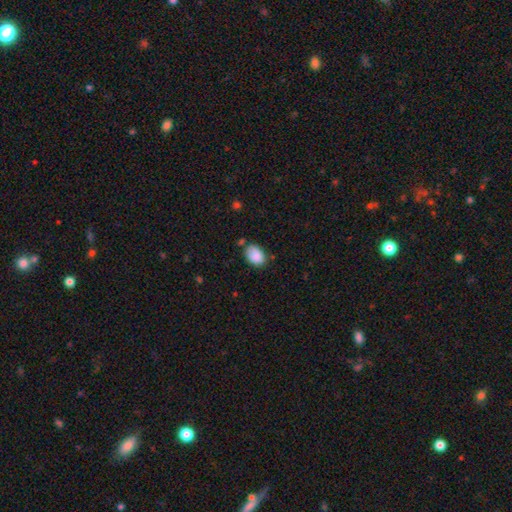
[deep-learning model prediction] Morphology: type=smooth (87%); roundness=in between (81%); merging=none (65%).